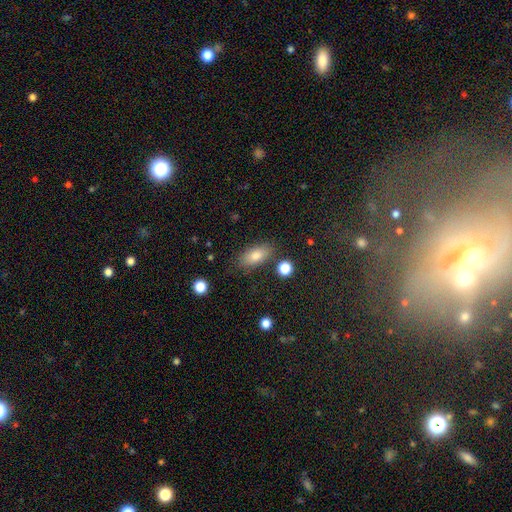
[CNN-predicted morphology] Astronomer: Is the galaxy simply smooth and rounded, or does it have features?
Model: smooth — 80%.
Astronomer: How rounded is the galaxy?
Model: in between — 86%.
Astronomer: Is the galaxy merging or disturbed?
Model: none — 81%.